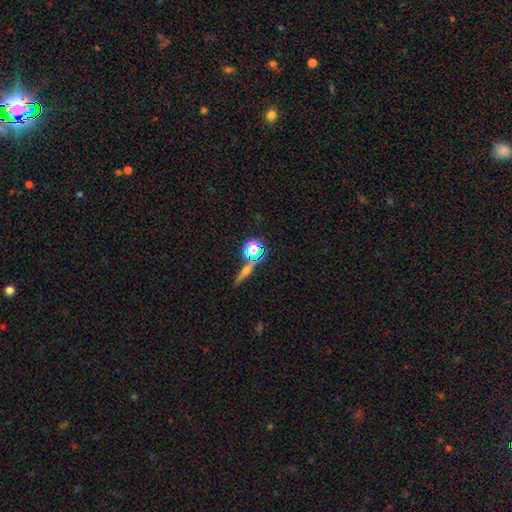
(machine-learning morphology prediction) Smooth or featured?
  - star or artifact: 49% *
  - smooth: 33%
  - featured or disk: 18%